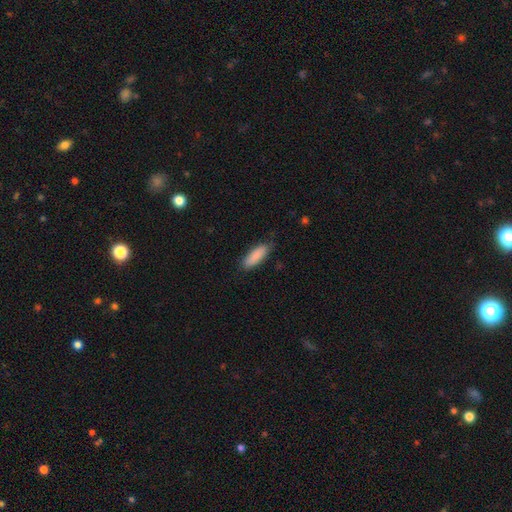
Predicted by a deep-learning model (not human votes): Morphology: type=smooth (88%); roundness=in between (59%); merging=none (78%).